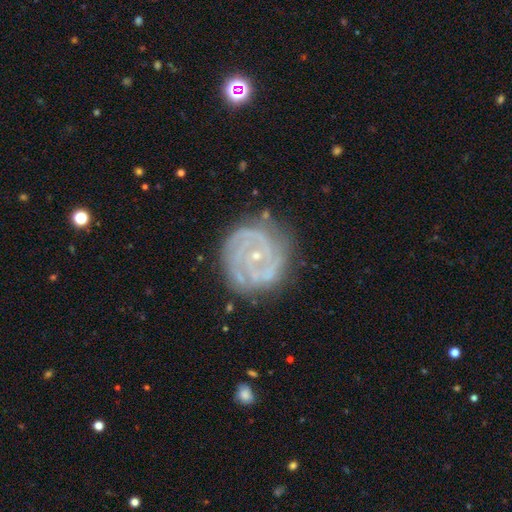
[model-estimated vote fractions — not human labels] Q: Smooth or featured?
A: featured or disk (86%); runner-up: star or artifact (7%)
Q: Edge-on disk?
A: no (98%); runner-up: yes (2%)
Q: Bar?
A: no (70%); runner-up: weak (23%)
Q: Spiral arms?
A: yes (97%); runner-up: no (3%)
Q: Spiral winding?
A: tight (70%); runner-up: medium (26%)
Q: Spiral arm count?
A: 2 (40%); runner-up: 3 (24%)
Q: Bulge size?
A: small (82%); runner-up: moderate (15%)
Q: Merging?
A: none (77%); runner-up: minor disturbance (16%)